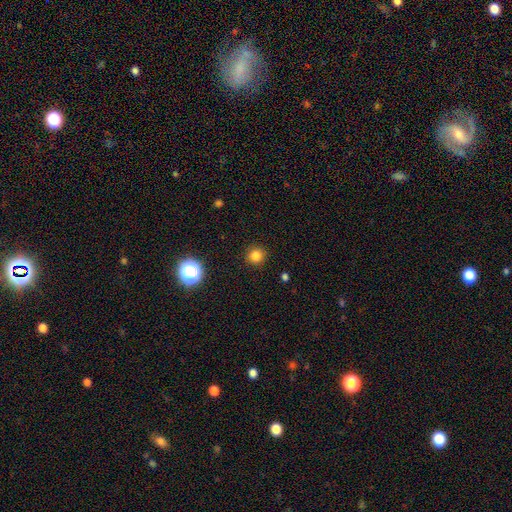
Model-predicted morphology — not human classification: Q: Smooth or featured?
A: smooth (81%); runner-up: star or artifact (14%)
Q: How rounded?
A: round (93%); runner-up: in between (6%)
Q: Merging?
A: none (92%); runner-up: minor disturbance (5%)